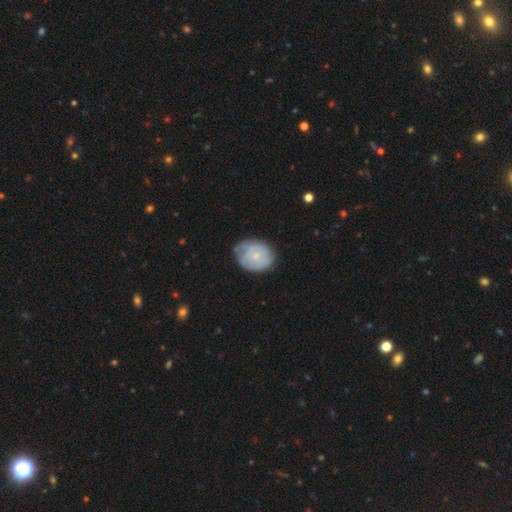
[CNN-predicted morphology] smooth-or-featured: smooth: 51% | featured or disk: 42% | star or artifact: 7%
  how-rounded: round: 56% | in between: 43% | cigar-shaped: 1%
  merging: none: 56% | minor disturbance: 32% | major disturbance: 10% | merger: 2%